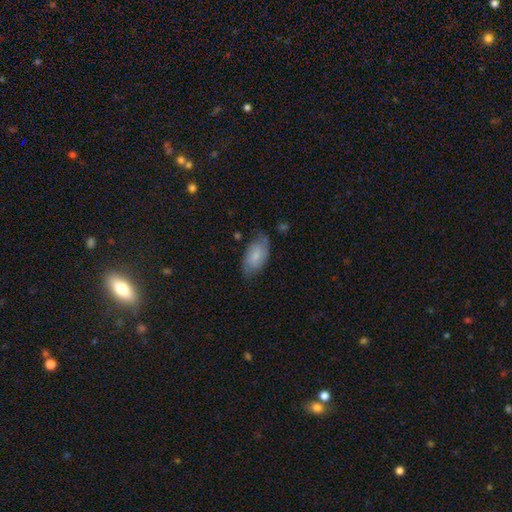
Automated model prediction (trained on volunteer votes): Q: Smooth or featured?
A: smooth (55%); runner-up: featured or disk (38%)
Q: How rounded?
A: in between (92%); runner-up: cigar-shaped (4%)
Q: Merging?
A: none (70%); runner-up: minor disturbance (22%)